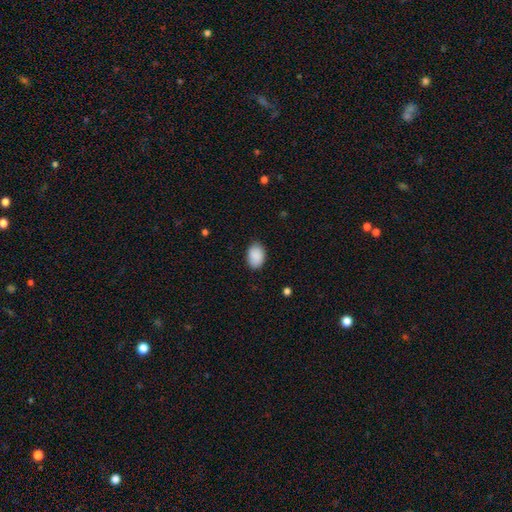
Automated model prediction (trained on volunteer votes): A smooth galaxy with no disk features (91%) that is in between round and cigar-shaped (82%). Merging: none (85%).